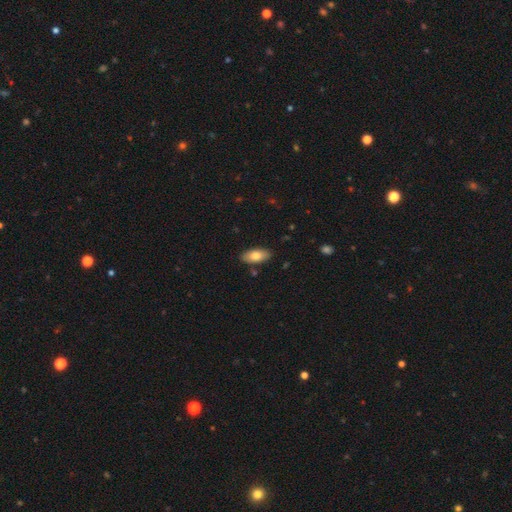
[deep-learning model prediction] Overall: smooth (78%). How rounded: in between (90%). Merging: none (86%).